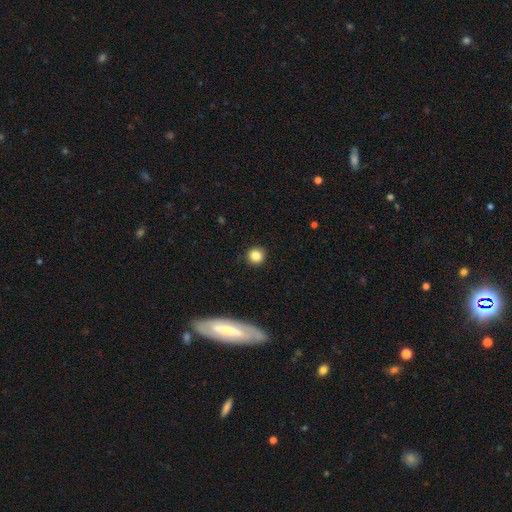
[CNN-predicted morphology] This appears to be a smooth galaxy with no disk features (84%) that is round (93%). Merging: none (91%).